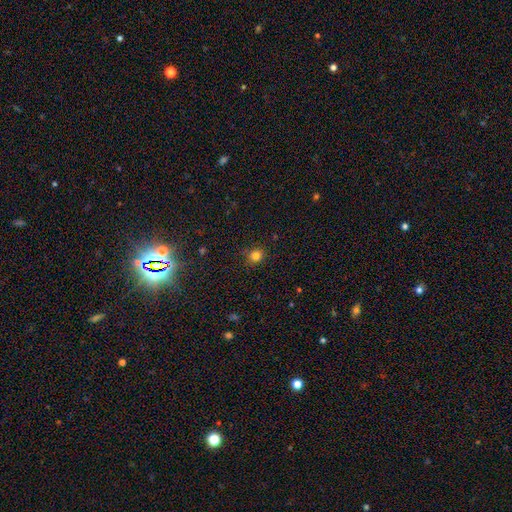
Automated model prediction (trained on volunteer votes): A smooth galaxy with no disk features (81%) that is round (81%).

Vote fractions:
- Smooth or featured? smooth: 81% / star or artifact: 15% / featured or disk: 5%
- How rounded? round: 81% / in between: 18% / cigar-shaped: 1%
- Merging? none: 86% / minor disturbance: 10% / major disturbance: 3% / merger: 1%